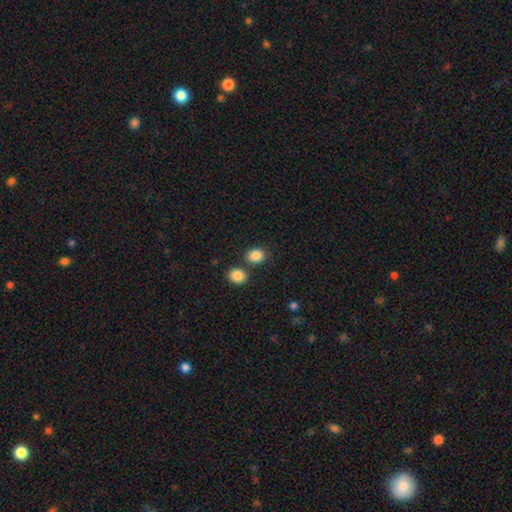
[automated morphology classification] smooth 87%, star or artifact 9%, featured or disk 4%. Down the decision tree: how rounded — round (52%); merging — none (73%).